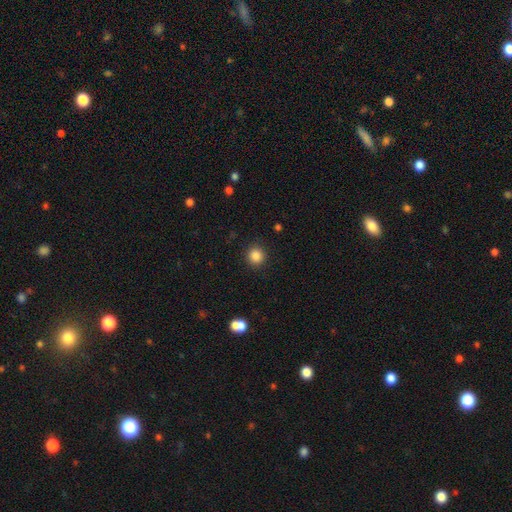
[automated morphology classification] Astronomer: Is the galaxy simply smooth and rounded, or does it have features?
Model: smooth — 85%.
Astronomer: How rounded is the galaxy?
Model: round — 93%.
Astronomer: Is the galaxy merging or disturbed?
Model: none — 91%.